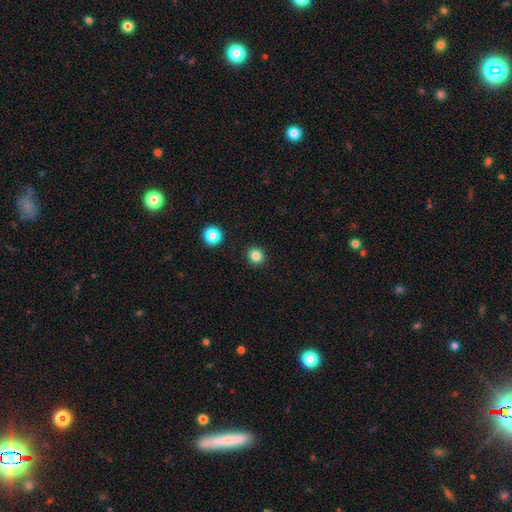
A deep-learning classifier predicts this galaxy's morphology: Smooth or featured: smooth — 82% (star or artifact — 13%)
How rounded: round — 93% (in between — 6%)
Merging: none — 92% (minor disturbance — 5%)